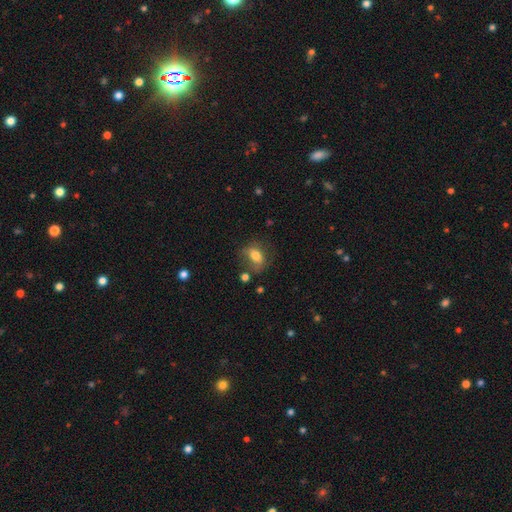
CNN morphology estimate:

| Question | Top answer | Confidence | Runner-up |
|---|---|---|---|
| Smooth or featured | smooth | 69% | featured or disk (22%) |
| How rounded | in between | 75% | round (22%) |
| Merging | none | 53% | minor disturbance (25%) |